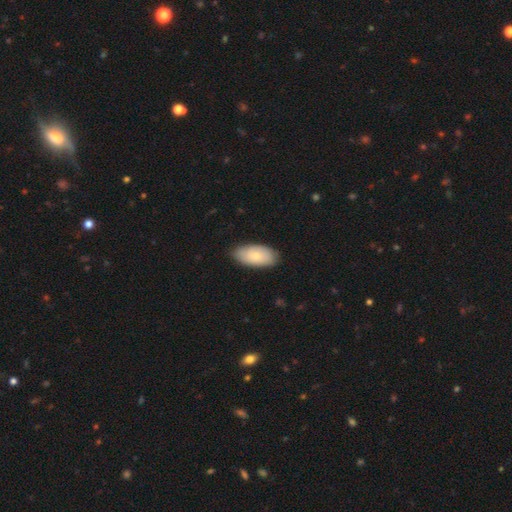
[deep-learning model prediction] Smooth or featured? smooth (74%)
How rounded? in between (94%)
Merging? none (81%)